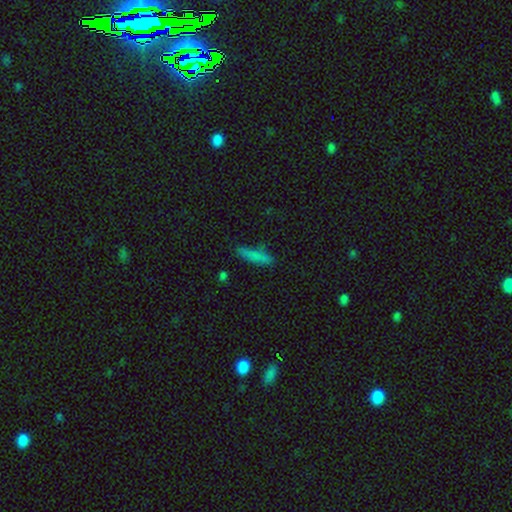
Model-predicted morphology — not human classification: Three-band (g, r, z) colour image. It shows a smooth galaxy with no disk features (78%) that is cigar-shaped (77%). Merging: none (78%).